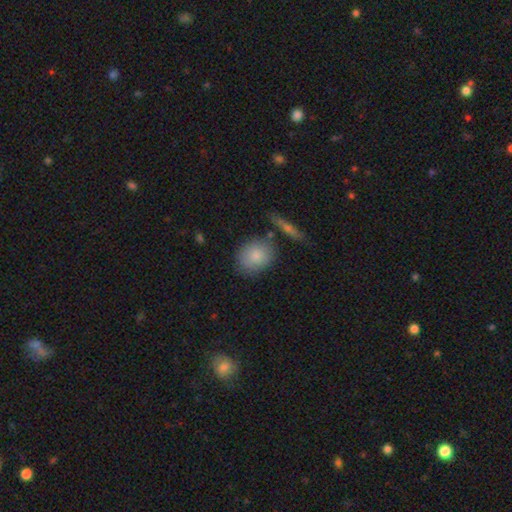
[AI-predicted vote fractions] This appears to be a smooth galaxy with no disk features (84%) that is round (57%). Merging: none (77%).